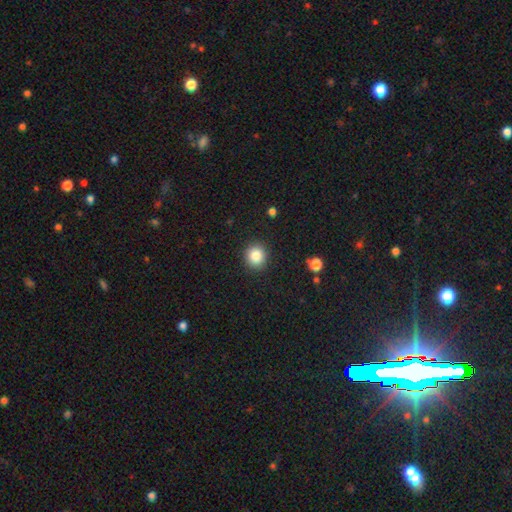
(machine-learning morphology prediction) Smooth or featured? Predicted: smooth (p=0.85). How rounded? Predicted: round (p=0.87). Merging? Predicted: none (p=0.91).